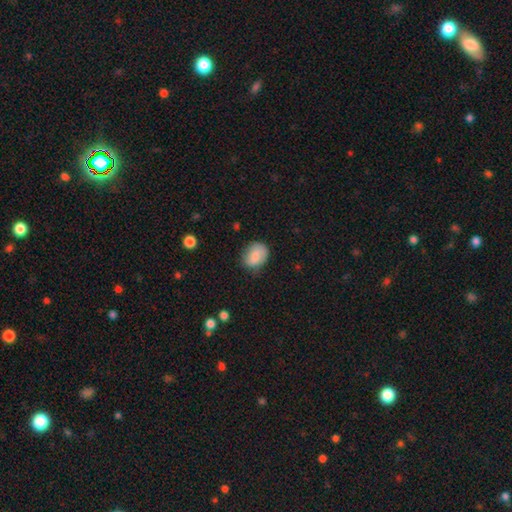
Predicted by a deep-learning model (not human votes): Q: Smooth or featured?
A: smooth (79%); runner-up: featured or disk (13%)
Q: How rounded?
A: in between (55%); runner-up: round (44%)
Q: Merging?
A: none (68%); runner-up: minor disturbance (25%)